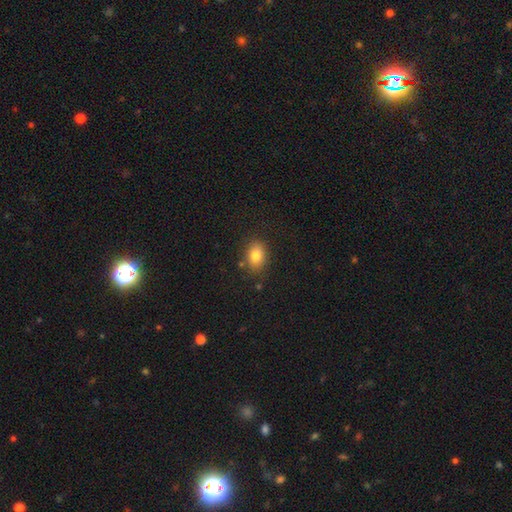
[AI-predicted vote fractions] Morphology: type=smooth (82%); roundness=in between (71%); merging=none (81%).